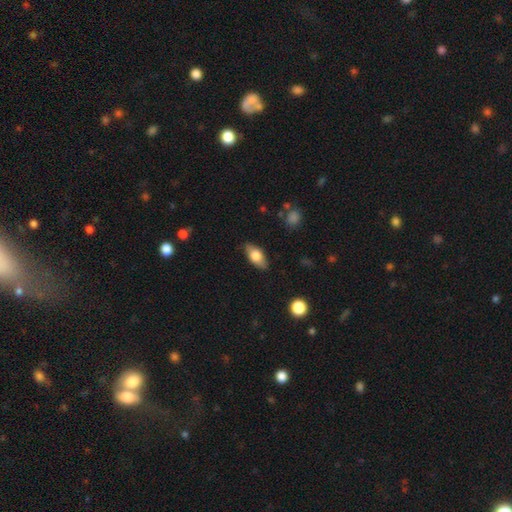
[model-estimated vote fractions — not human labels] Smooth or featured? smooth (70%)
How rounded? in between (88%)
Merging? none (83%)